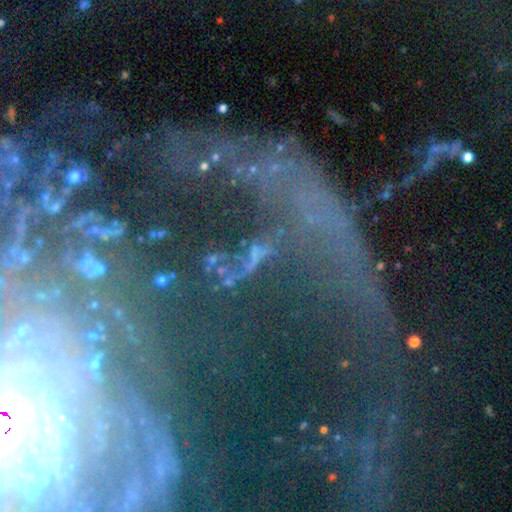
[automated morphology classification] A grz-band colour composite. It shows a star or artifact, not a galaxy (66%).